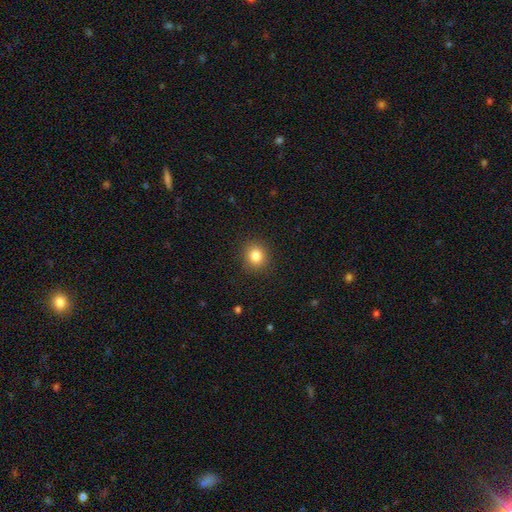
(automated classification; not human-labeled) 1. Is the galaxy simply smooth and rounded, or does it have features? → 83% smooth, 11% star or artifact, 6% featured or disk.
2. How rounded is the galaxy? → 83% round, 16% in between, 1% cigar-shaped.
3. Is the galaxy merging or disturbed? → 90% none, 7% minor disturbance, 2% major disturbance, 1% merger.